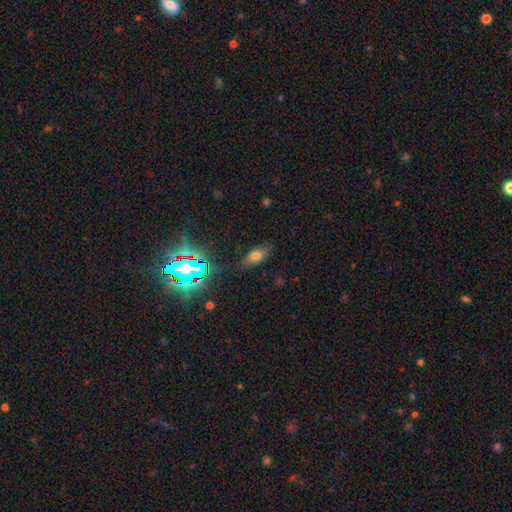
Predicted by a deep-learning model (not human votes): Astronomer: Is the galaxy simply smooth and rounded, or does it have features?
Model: smooth — 64%.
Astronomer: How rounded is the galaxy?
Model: in between — 81%.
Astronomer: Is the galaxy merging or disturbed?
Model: none — 76%.